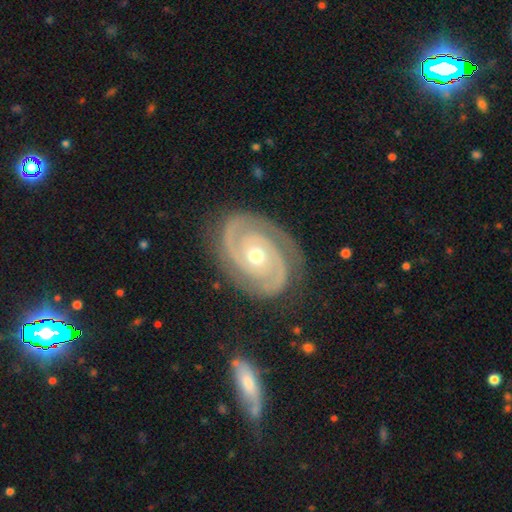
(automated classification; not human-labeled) The model was most divided on "bulge size": moderate: 63%, small: 33%, large: 2%, none: 1%, dominant: 1%. More confident: spiral arms — yes (99%); edge-on disk — no (98%); smooth or featured — featured or disk (93%); spiral arm count — 2 (91%); merging — none (85%); bar — no (77%); spiral winding — tight (75%).